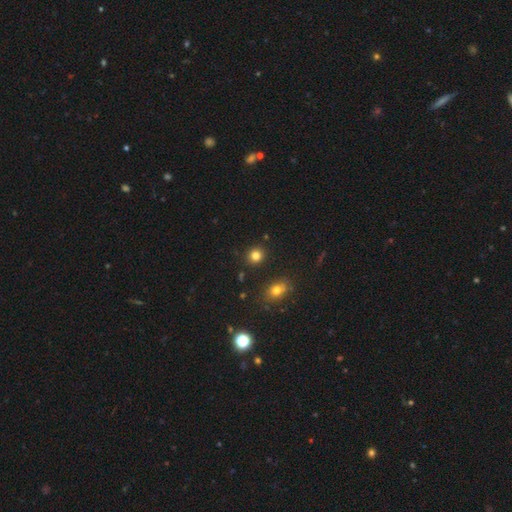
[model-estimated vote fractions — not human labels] smooth_or_featured: smooth (p=0.81) [alt: star or artifact p=0.13]
how_rounded: round (p=0.85) [alt: in between p=0.14]
merging: none (p=0.89) [alt: minor disturbance p=0.06]